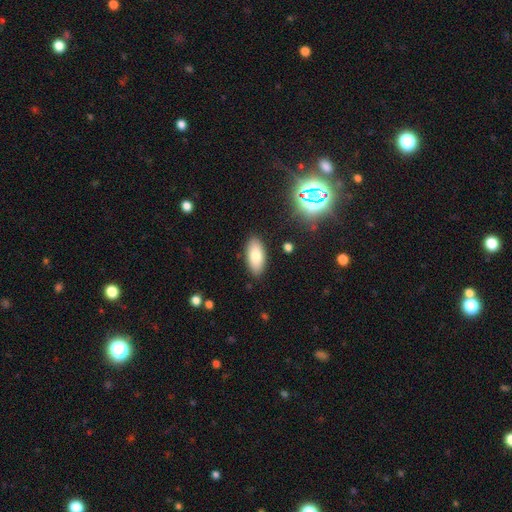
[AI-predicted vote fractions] This appears to be a smooth galaxy with no disk features (78%) that is in between round and cigar-shaped (89%). Merging: none (87%).